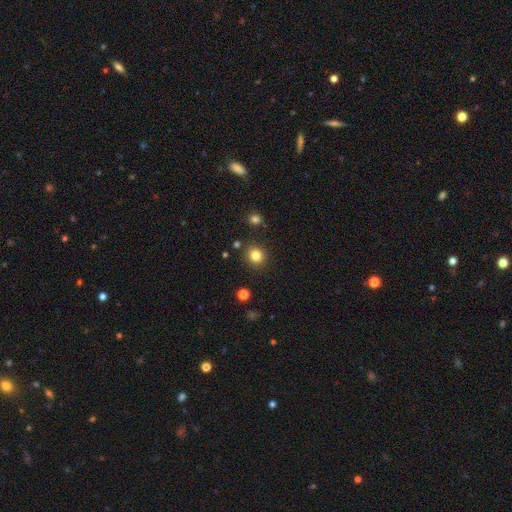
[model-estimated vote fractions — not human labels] Smooth or featured? Predicted: smooth (p=0.82). How rounded? Predicted: round (p=0.88). Merging? Predicted: none (p=0.88).